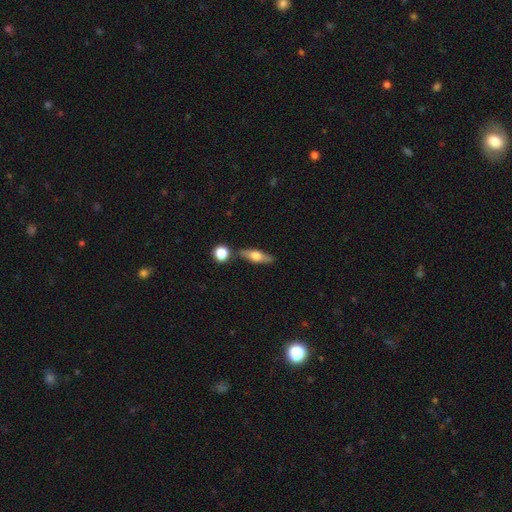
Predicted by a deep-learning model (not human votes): Smooth or featured: smooth — 53% (featured or disk — 40%)
How rounded: cigar-shaped — 48% (in between — 47%)
Merging: none — 76% (minor disturbance — 12%)